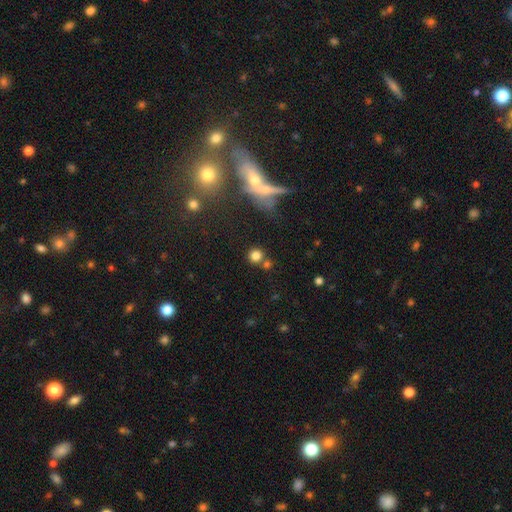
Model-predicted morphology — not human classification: Smooth or featured?
  - smooth: 77% *
  - star or artifact: 15%
  - featured or disk: 8%
How rounded?
  - round: 90% *
  - in between: 9%
  - cigar-shaped: 1%
Merging?
  - none: 72% *
  - merger: 17%
  - minor disturbance: 8%
  - major disturbance: 4%